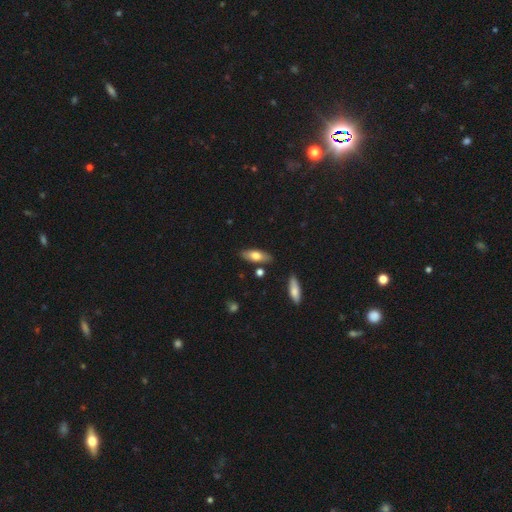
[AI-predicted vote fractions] Smooth or featured? Predicted: smooth (p=0.69). How rounded? Predicted: in between (p=0.71). Merging? Predicted: none (p=0.82).